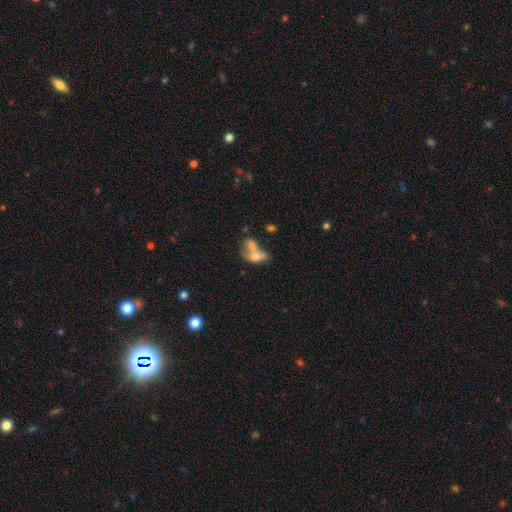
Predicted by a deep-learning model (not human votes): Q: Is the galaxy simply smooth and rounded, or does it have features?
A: smooth — 64%.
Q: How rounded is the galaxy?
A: in between — 81%.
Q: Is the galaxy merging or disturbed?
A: merger — 64%.